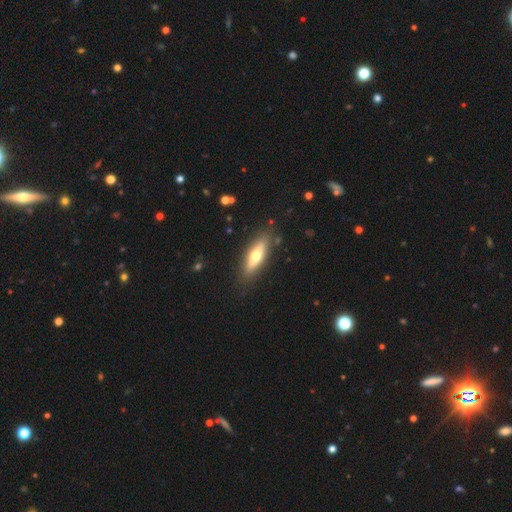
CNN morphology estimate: Smooth or featured? smooth (54%)
How rounded? cigar-shaped (52%)
Merging? none (85%)